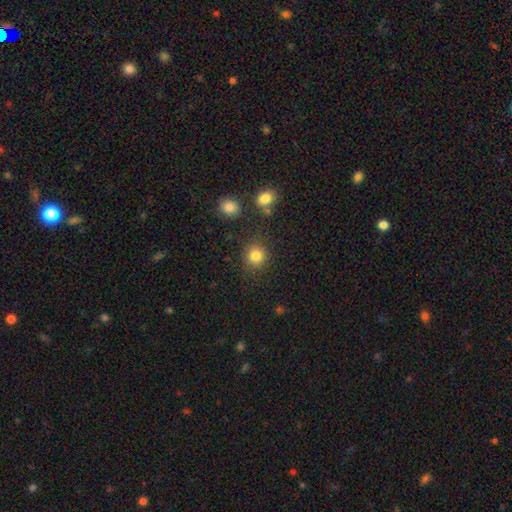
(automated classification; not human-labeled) Smooth or featured: smooth — 84% (star or artifact — 11%)
How rounded: round — 88% (in between — 11%)
Merging: none — 84% (minor disturbance — 9%)